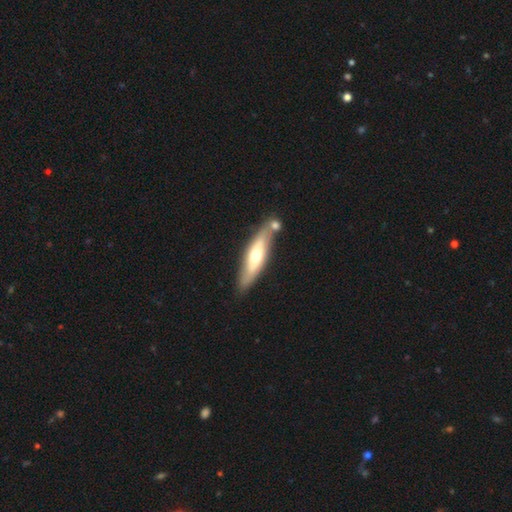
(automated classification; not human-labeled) Smooth or featured? Predicted: featured or disk (p=0.50). Merging? Predicted: none (p=0.65).